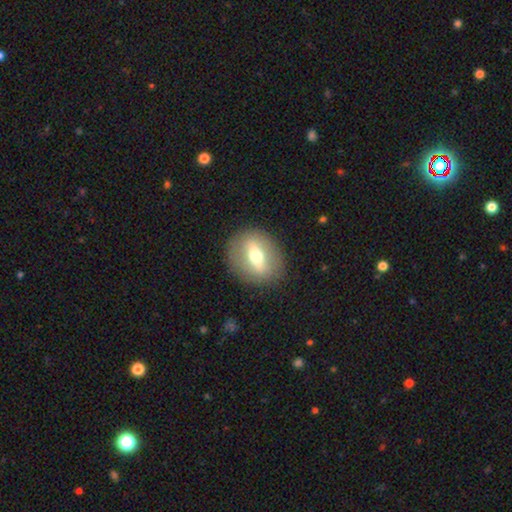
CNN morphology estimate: The model was most divided on "smooth or featured": featured or disk: 52%, smooth: 40%, star or artifact: 8%. More confident: merging — none (86%); edge-on disk — no (65%).